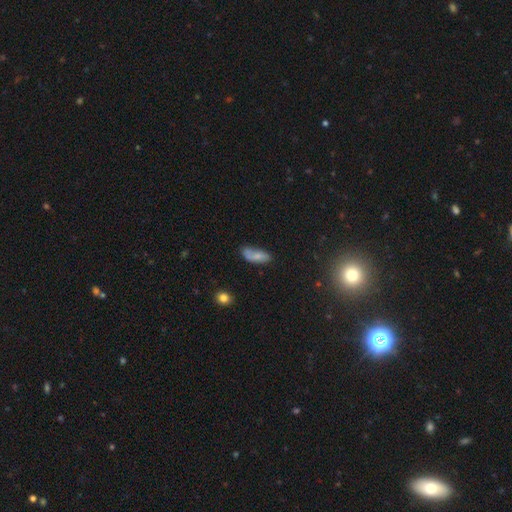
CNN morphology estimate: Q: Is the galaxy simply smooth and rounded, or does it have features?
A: smooth — 67%.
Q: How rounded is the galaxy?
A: in between — 78%.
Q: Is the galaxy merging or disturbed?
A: none — 51%.